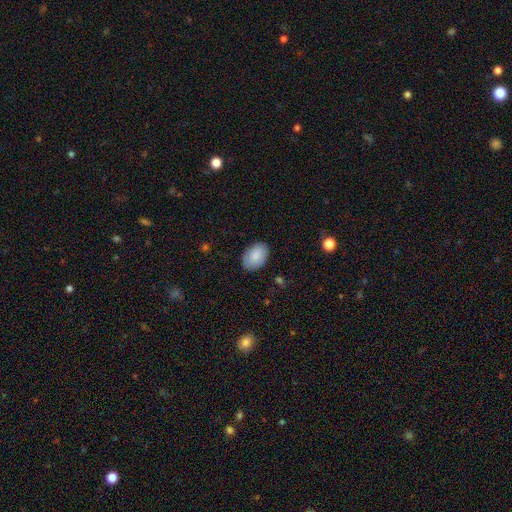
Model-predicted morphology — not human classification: Smooth or featured: smooth — 87% (featured or disk — 6%)
How rounded: in between — 88% (round — 11%)
Merging: none — 86% (minor disturbance — 11%)